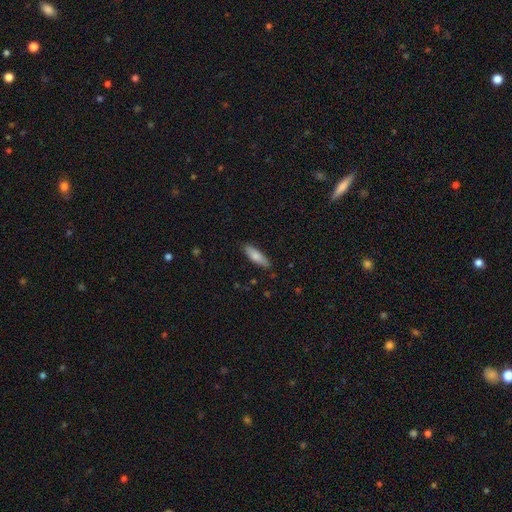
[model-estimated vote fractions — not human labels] Smooth or featured? smooth (79%)
How rounded? cigar-shaped (51%)
Merging? none (86%)